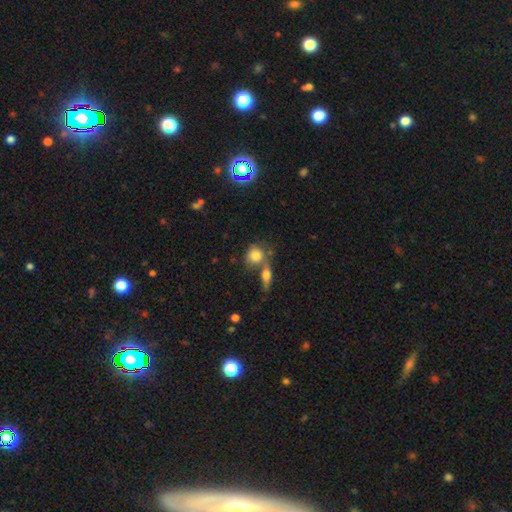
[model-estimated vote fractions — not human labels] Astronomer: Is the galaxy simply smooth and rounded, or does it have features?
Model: smooth — 79%.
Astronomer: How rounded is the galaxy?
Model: round — 69%.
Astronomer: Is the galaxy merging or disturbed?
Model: none — 44% (runner-up: merger, 39%).